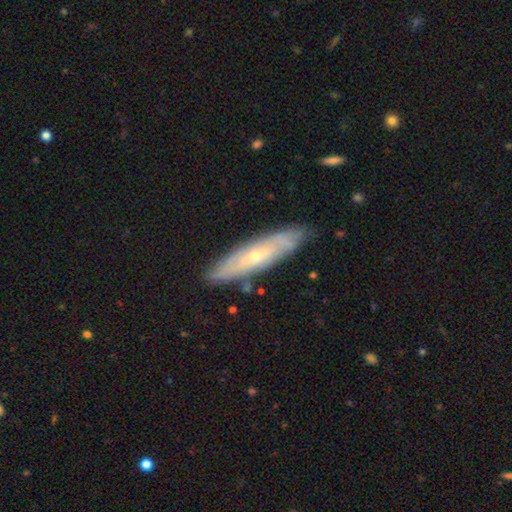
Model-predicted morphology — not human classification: smooth_or_featured: featured or disk (p=0.64) [alt: smooth p=0.31]
disk_edge_on: no (p=0.59) [alt: yes p=0.41]
merging: none (p=0.82) [alt: minor disturbance p=0.14]